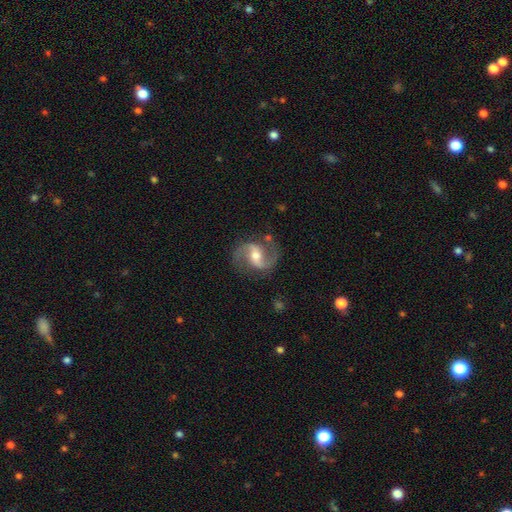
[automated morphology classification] The model was most divided on "bar": weak: 45%, strong: 33%, no: 22%. More confident: edge-on disk — no (98%); spiral arms — yes (97%); spiral arm count — 2 (94%); smooth or featured — featured or disk (90%); merging — none (81%); bulge size — moderate (61%); spiral winding — medium (54%).